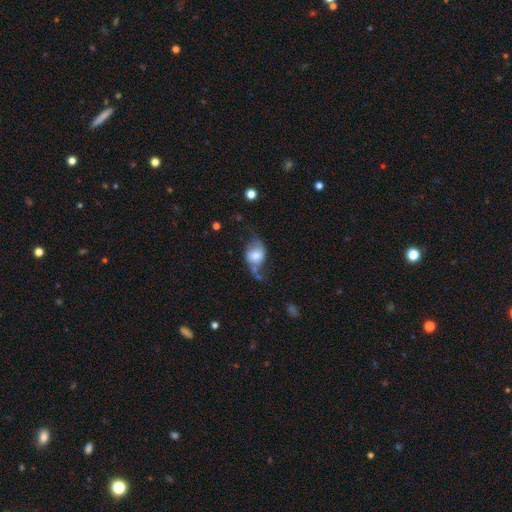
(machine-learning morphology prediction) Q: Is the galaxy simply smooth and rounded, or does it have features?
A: featured or disk — 48%.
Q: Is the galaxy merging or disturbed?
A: none — 41%.